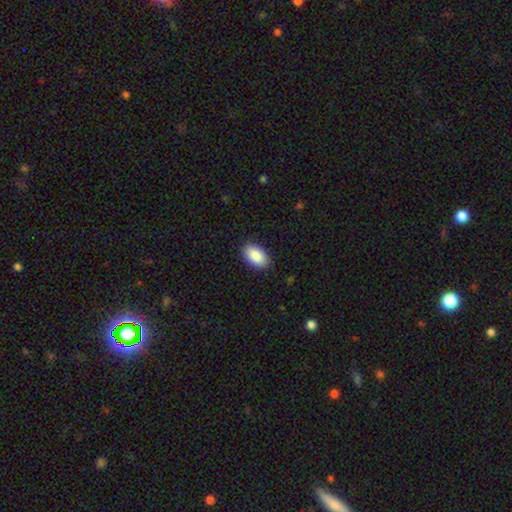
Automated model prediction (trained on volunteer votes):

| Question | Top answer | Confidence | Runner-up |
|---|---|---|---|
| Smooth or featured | smooth | 90% | star or artifact (6%) |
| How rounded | in between | 95% | round (4%) |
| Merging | none | 89% | minor disturbance (8%) |